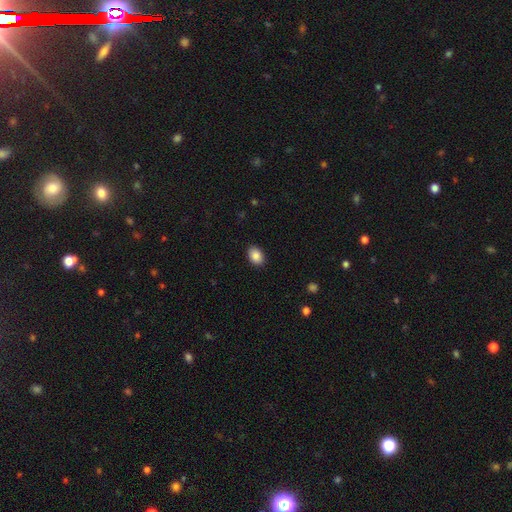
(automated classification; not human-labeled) Smooth or featured? Predicted: smooth (p=0.88). How rounded? Predicted: in between (p=0.79). Merging? Predicted: none (p=0.89).